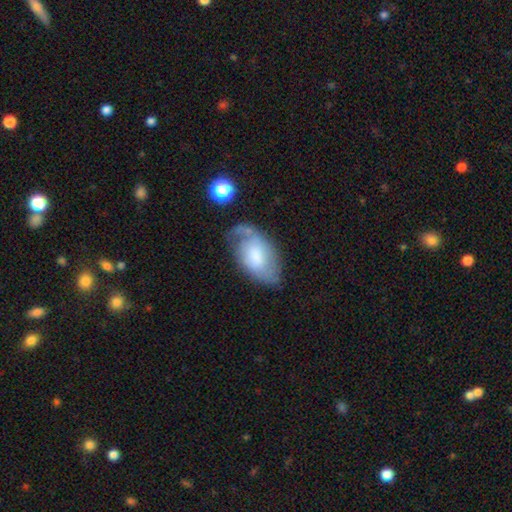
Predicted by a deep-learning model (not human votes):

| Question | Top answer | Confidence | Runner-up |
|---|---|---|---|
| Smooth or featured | smooth | 46% | tied: featured or disk (46%) |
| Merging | none | 48% | minor disturbance (29%) |